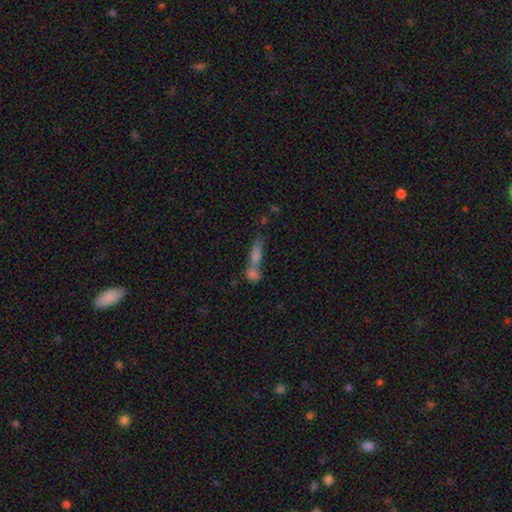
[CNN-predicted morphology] A smooth galaxy with no disk features (61%) that is cigar-shaped (59%). Merging: merger (59%).